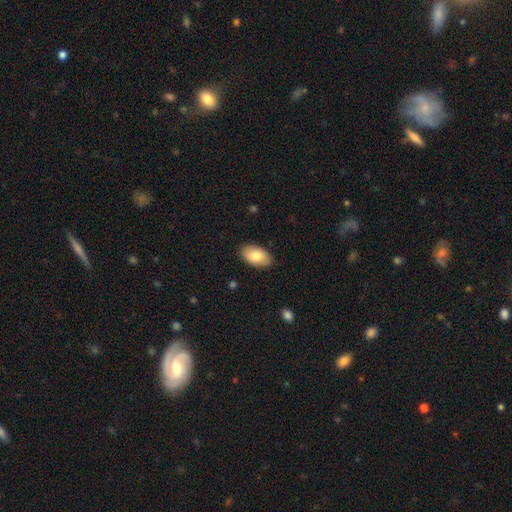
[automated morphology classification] A smooth galaxy with no disk features (84%) that is in between round and cigar-shaped (95%). Merging: none (88%).